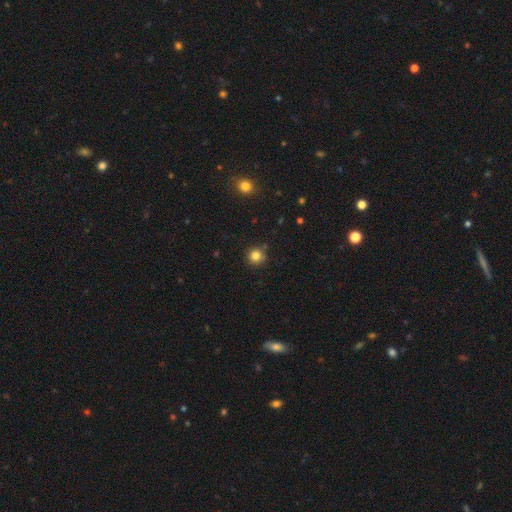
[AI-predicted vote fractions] The model was most divided on "smooth or featured": smooth: 82%, star or artifact: 12%, featured or disk: 6%. More confident: how rounded — round (93%); merging — none (84%).